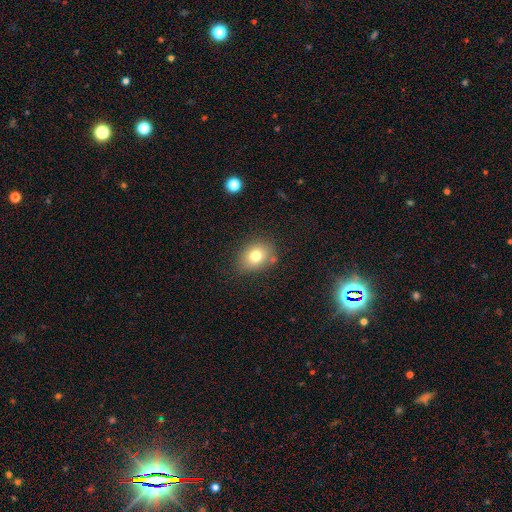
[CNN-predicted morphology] Q: Smooth or featured?
A: smooth (75%); runner-up: featured or disk (13%)
Q: How rounded?
A: in between (57%); runner-up: round (42%)
Q: Merging?
A: none (75%); runner-up: minor disturbance (17%)